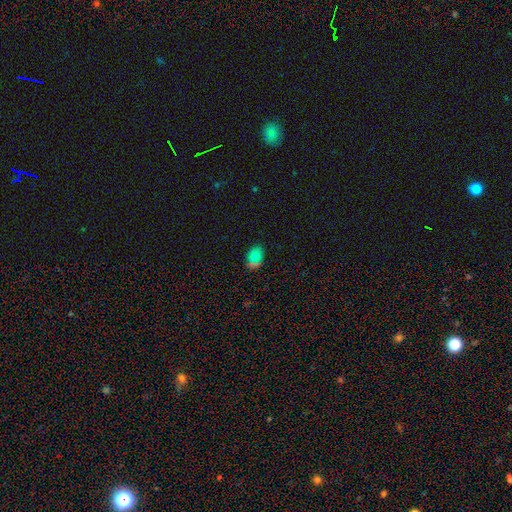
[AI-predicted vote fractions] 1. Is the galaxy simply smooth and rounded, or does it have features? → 67% smooth, 24% star or artifact, 9% featured or disk.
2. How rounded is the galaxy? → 69% in between, 28% round, 2% cigar-shaped.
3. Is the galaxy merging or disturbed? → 67% none, 15% minor disturbance, 12% merger, 6% major disturbance.